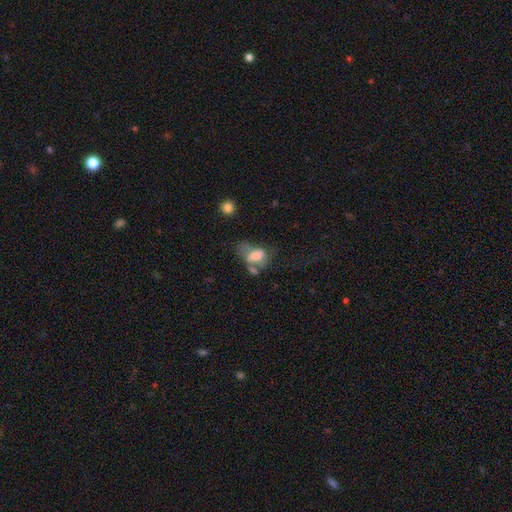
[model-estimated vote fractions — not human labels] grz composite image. It shows a smooth galaxy with no disk features (60%) that is in between round and cigar-shaped (83%). Merging: major disturbance (36%).